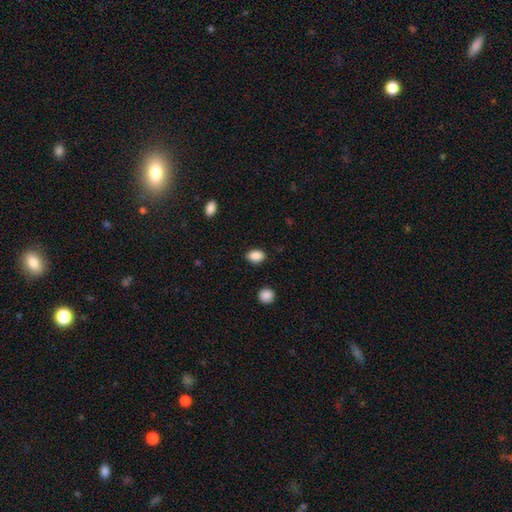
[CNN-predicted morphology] type=smooth (89%); roundness=in between (76%); merging=none (87%).